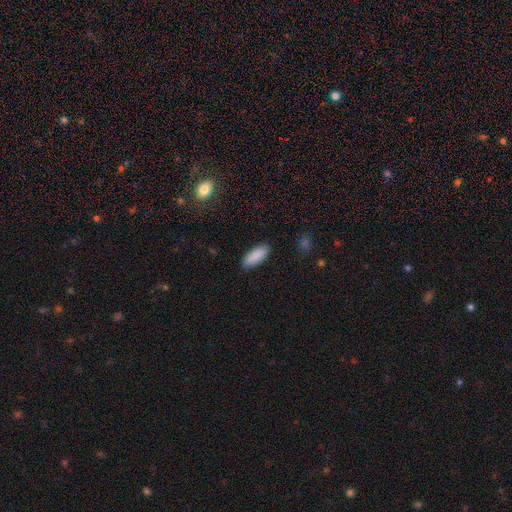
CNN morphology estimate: Smooth or featured?
  - smooth: 91% *
  - star or artifact: 6%
  - featured or disk: 4%
How rounded?
  - in between: 80% *
  - cigar-shaped: 19%
  - round: 2%
Merging?
  - none: 88% *
  - minor disturbance: 9%
  - major disturbance: 2%
  - merger: 1%